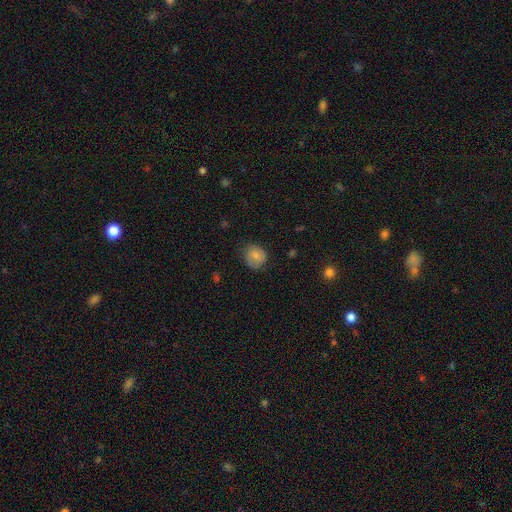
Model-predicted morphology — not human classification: smooth_or_featured: smooth (p=0.79) [alt: featured or disk p=0.13]
how_rounded: round (p=0.72) [alt: in between p=0.27]
merging: none (p=0.73) [alt: minor disturbance p=0.20]